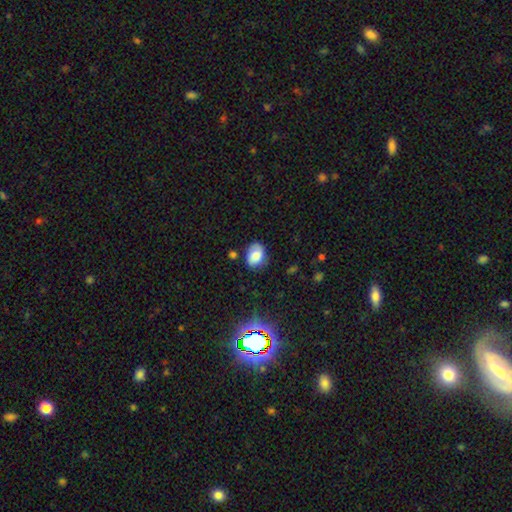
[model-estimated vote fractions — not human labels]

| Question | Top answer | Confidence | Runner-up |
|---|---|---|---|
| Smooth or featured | smooth | 73% | featured or disk (17%) |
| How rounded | in between | 69% | round (30%) |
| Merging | none | 70% | minor disturbance (22%) |